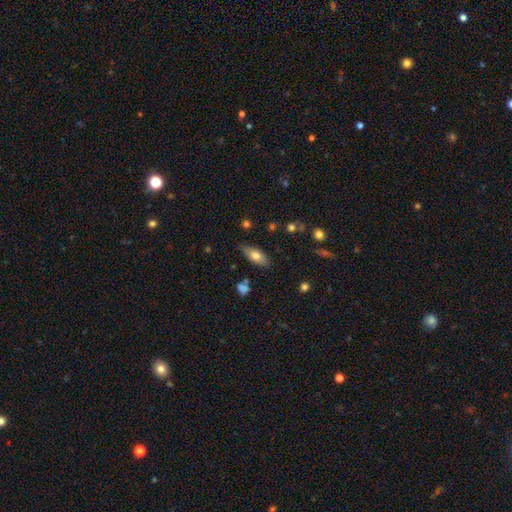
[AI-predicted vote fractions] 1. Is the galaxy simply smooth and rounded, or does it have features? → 71% smooth, 23% featured or disk, 7% star or artifact.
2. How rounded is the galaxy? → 79% in between, 19% cigar-shaped, 3% round.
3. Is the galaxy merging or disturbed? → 81% none, 14% minor disturbance, 3% merger, 3% major disturbance.